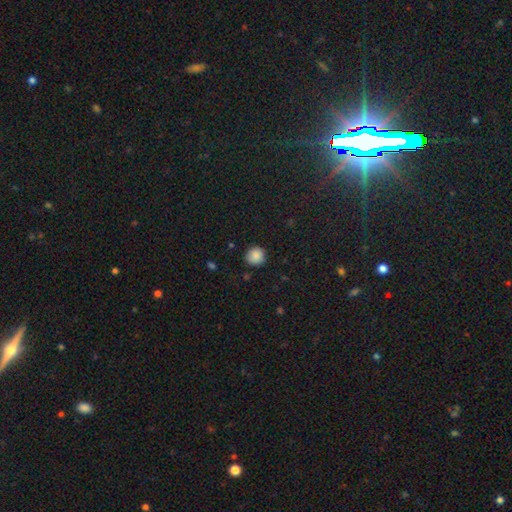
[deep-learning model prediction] This appears to be a smooth galaxy with no disk features (87%) that is round (92%). Merging: none (87%).